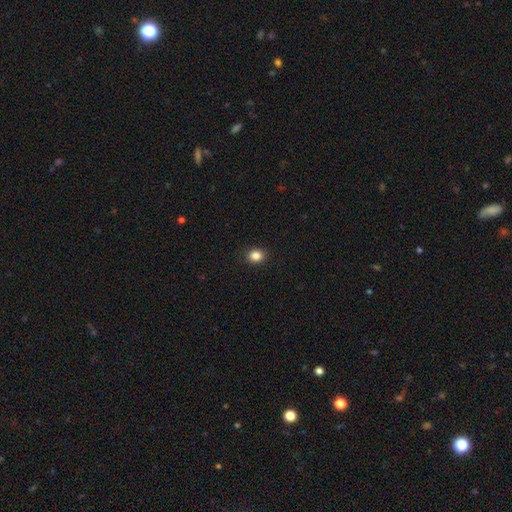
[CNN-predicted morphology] smooth-or-featured: smooth: 85% | star or artifact: 11% | featured or disk: 4%
  how-rounded: round: 66% | in between: 33% | cigar-shaped: 1%
  merging: none: 91% | minor disturbance: 6% | major disturbance: 2% | merger: 1%